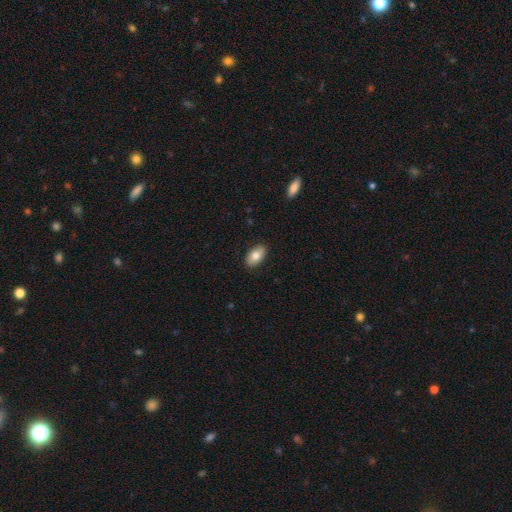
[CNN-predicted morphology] Smooth or featured? Predicted: smooth (p=0.78). How rounded? Predicted: in between (p=0.93). Merging? Predicted: none (p=0.89).